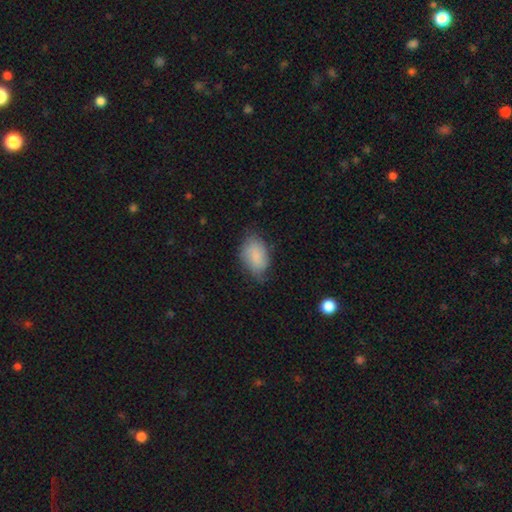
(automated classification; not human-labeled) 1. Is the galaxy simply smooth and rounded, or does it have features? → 80% smooth, 13% featured or disk, 7% star or artifact.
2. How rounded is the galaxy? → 89% in between, 9% round, 2% cigar-shaped.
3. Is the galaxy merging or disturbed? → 57% none, 33% minor disturbance, 8% major disturbance, 2% merger.